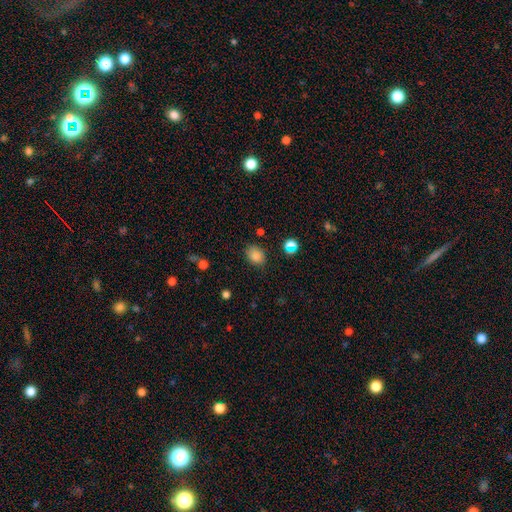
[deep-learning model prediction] Smooth or featured? Predicted: smooth (p=0.82). How rounded? Predicted: in between (p=0.58). Merging? Predicted: none (p=0.82).